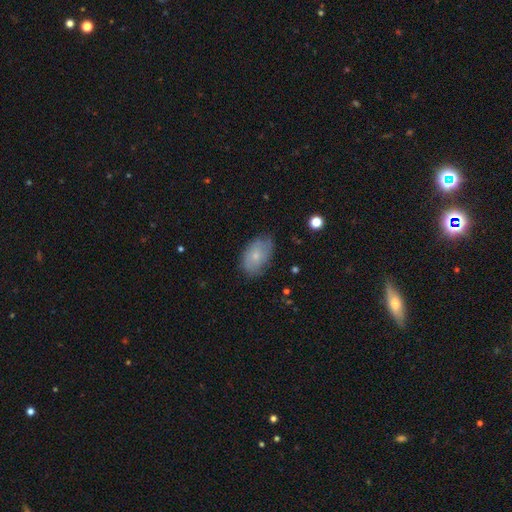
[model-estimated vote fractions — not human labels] This appears to be a smooth galaxy with no disk features (66%) that is in between round and cigar-shaped (90%). Merging: none (69%).